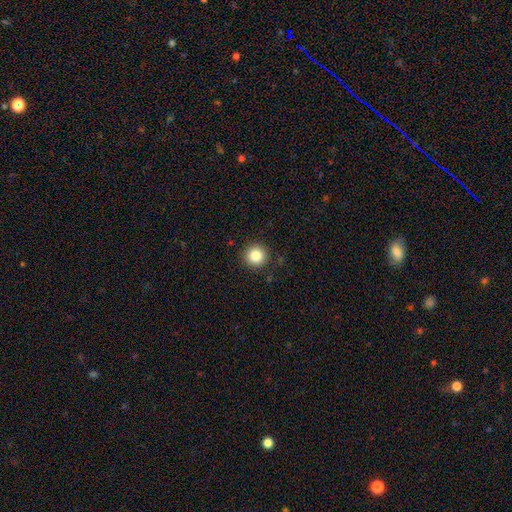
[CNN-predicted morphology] A smooth galaxy with no disk features (85%) that is round (94%).

Vote fractions:
- Smooth or featured? smooth: 85% / star or artifact: 10% / featured or disk: 5%
- How rounded? round: 94% / in between: 5% / cigar-shaped: 1%
- Merging? none: 90% / minor disturbance: 7% / major disturbance: 2% / merger: 1%